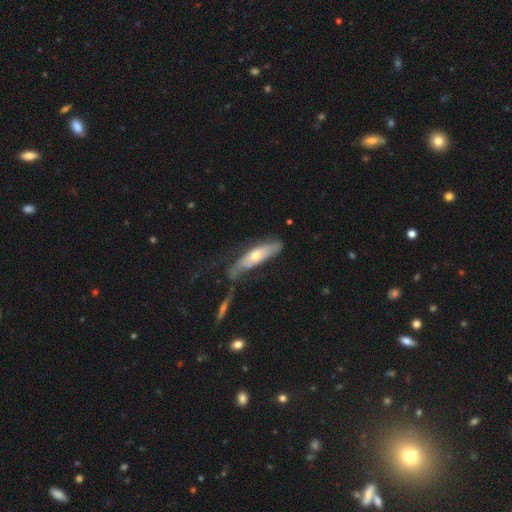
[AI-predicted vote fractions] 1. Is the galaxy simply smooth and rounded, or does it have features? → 50% featured or disk, 45% smooth, 6% star or artifact.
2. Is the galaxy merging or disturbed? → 40% none, 29% minor disturbance, 20% major disturbance, 10% merger.